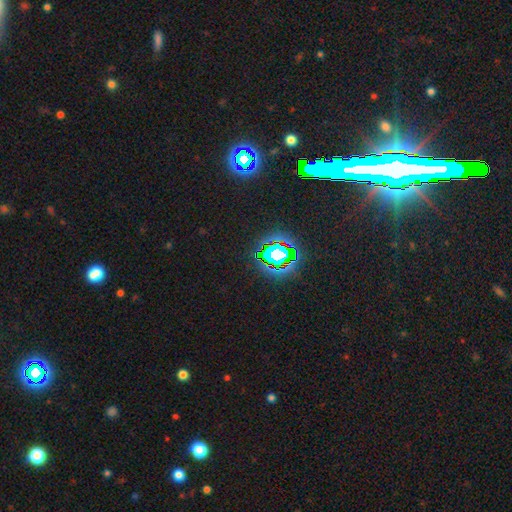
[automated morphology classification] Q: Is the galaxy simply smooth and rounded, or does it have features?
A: star or artifact — 82%.